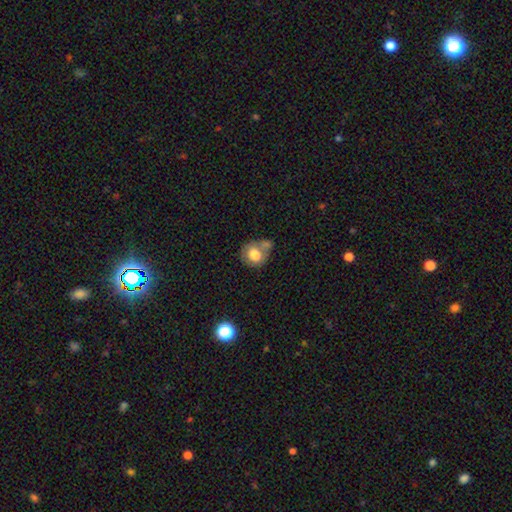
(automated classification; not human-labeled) Smooth or featured: smooth — 75% (featured or disk — 17%)
How rounded: round — 68% (in between — 31%)
Merging: none — 39% (merger — 31%)